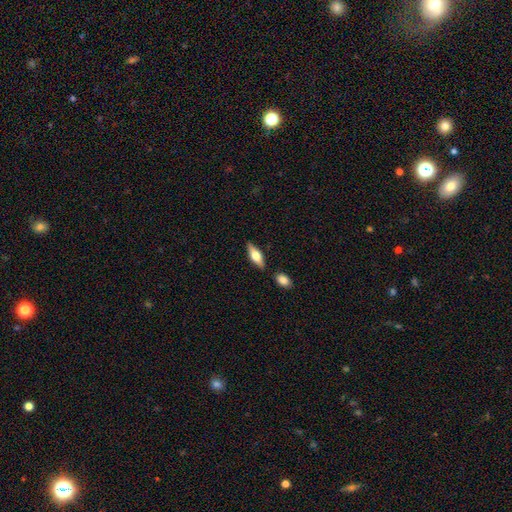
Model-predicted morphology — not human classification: Smooth or featured? Predicted: smooth (p=0.49). Merging? Predicted: none (p=0.83).